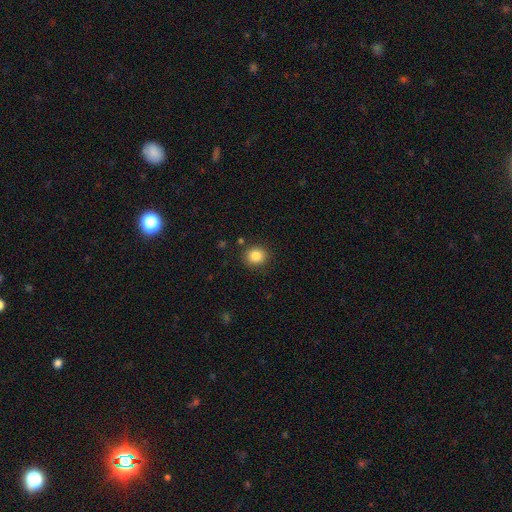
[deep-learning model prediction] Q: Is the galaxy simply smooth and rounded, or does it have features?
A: smooth — 86%.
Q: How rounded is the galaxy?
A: round — 85%.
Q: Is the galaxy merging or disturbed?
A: none — 88%.